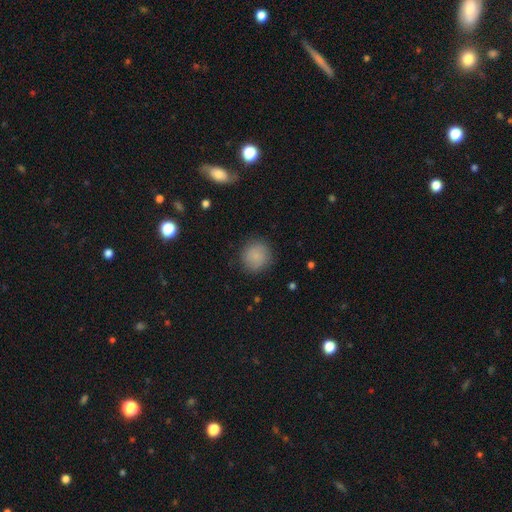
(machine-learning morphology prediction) A smooth galaxy with no disk features (84%) that is round (92%).

Vote fractions:
- Smooth or featured? smooth: 84% / star or artifact: 8% / featured or disk: 8%
- How rounded? round: 92% / in between: 7% / cigar-shaped: 1%
- Merging? none: 85% / minor disturbance: 10% / major disturbance: 3% / merger: 1%